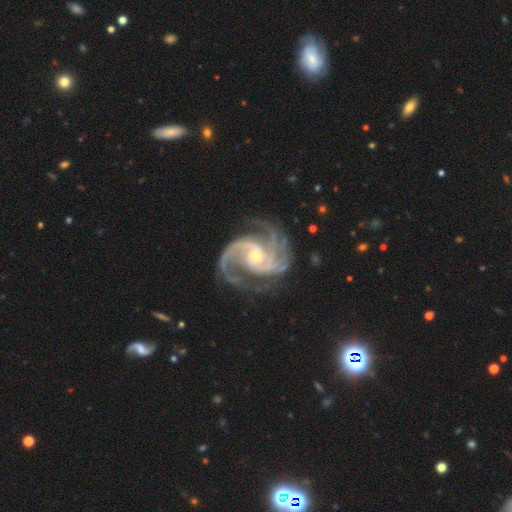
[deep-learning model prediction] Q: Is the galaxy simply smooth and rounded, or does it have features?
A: featured or disk — 94%.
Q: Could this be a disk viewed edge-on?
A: no — 98%.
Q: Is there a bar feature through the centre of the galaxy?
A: no — 52%.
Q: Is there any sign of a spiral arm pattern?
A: yes — 99%.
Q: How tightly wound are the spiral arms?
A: medium — 54%.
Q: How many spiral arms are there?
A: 2 — 43%.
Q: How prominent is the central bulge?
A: small — 61%.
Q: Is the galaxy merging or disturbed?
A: none — 72%.